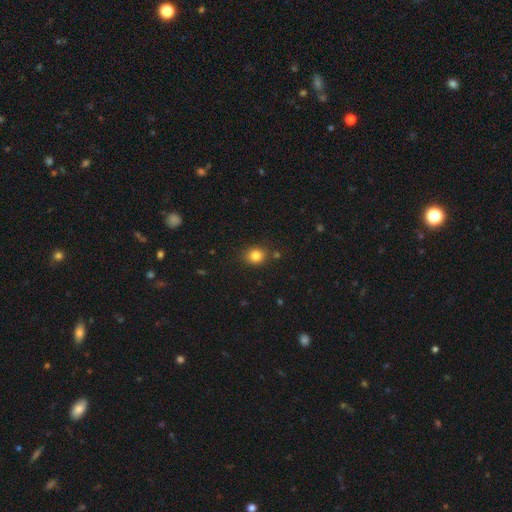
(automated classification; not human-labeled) The model was most divided on "how rounded": round: 67%, in between: 32%, cigar-shaped: 1%. More confident: smooth or featured — smooth (83%); merging — none (82%).